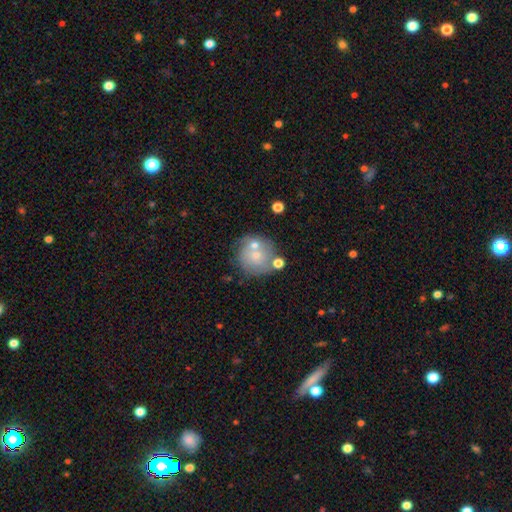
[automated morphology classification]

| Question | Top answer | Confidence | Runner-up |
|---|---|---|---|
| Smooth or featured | smooth | 57% | featured or disk (34%) |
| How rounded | round | 88% | in between (11%) |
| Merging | none | 55% | merger (22%) |